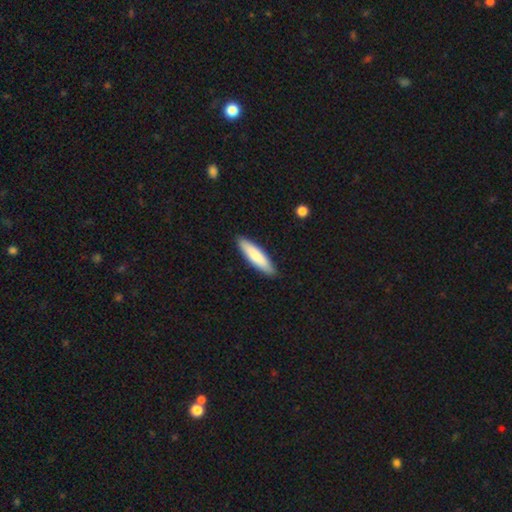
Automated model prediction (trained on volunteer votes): smooth 81%, featured or disk 15%, star or artifact 5%. Down the decision tree: how rounded — cigar-shaped (72%); merging — none (90%).